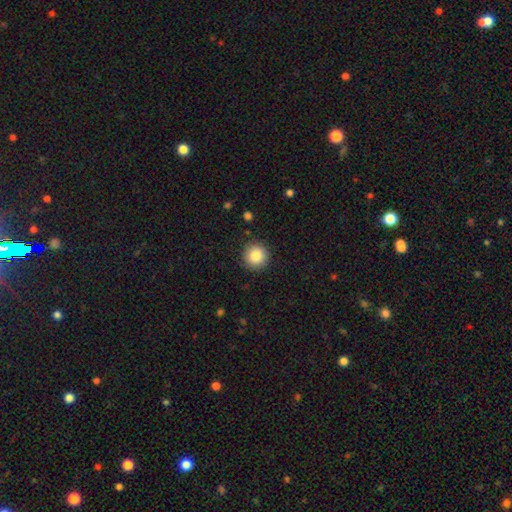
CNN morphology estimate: type=smooth (86%); roundness=round (95%); merging=none (90%).